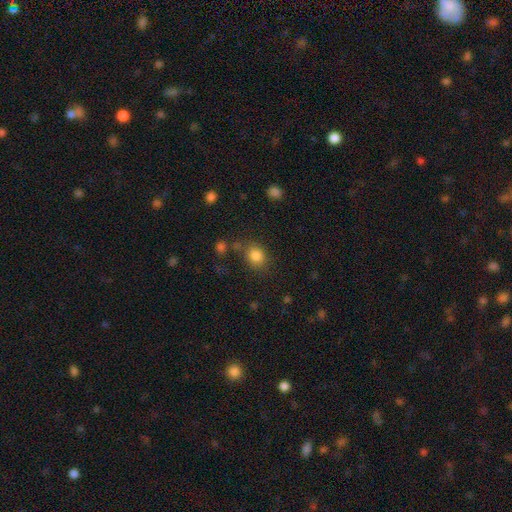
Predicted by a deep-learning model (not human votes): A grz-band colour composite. It shows a smooth galaxy with no disk features (83%) that is round (58%). Merging: none (72%).